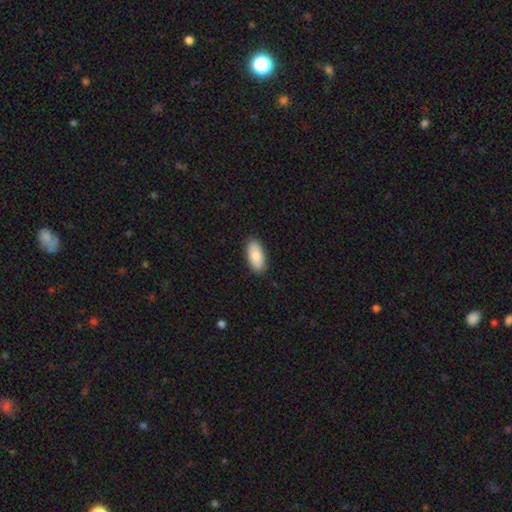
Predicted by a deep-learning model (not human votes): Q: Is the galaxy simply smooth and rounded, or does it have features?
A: smooth — 85%.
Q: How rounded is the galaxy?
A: in between — 91%.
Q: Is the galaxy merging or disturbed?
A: none — 89%.